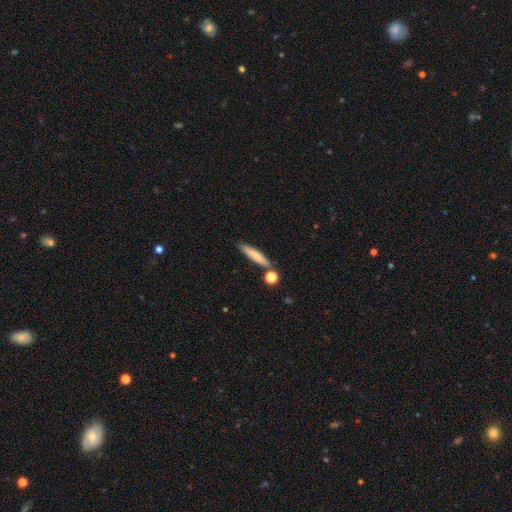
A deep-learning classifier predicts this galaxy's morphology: A smooth galaxy with no disk features (73%) that is cigar-shaped (86%).

Vote fractions:
- Smooth or featured? smooth: 73% / featured or disk: 21% / star or artifact: 7%
- How rounded? cigar-shaped: 86% / in between: 12% / round: 2%
- Merging? none: 75% / minor disturbance: 12% / merger: 10% / major disturbance: 3%